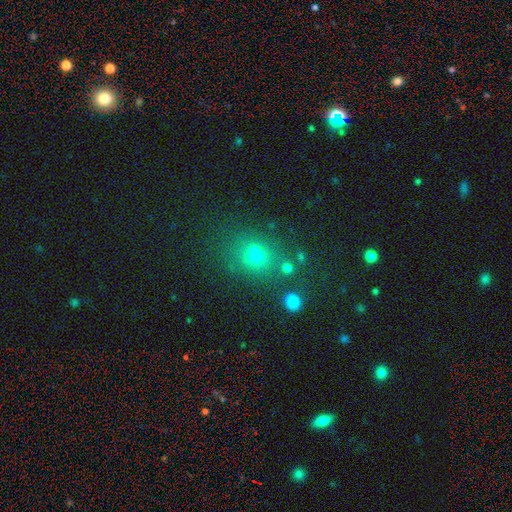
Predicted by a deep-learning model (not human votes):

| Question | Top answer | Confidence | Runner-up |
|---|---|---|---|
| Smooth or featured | smooth | 59% | star or artifact (26%) |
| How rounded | round | 69% | in between (30%) |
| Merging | none | 57% | merger (27%) |